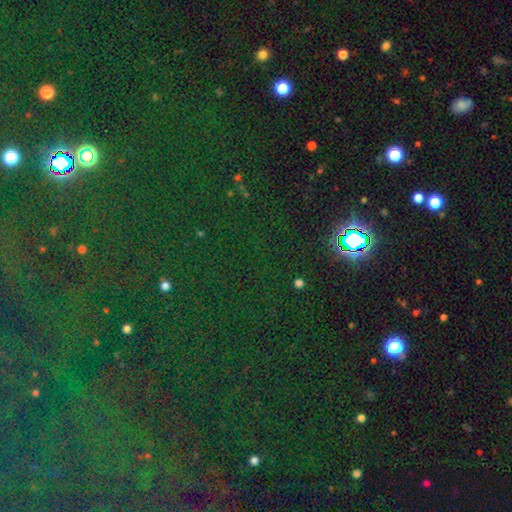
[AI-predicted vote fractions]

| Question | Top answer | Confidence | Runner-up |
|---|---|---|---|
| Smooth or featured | star or artifact | 80% | smooth (12%) |